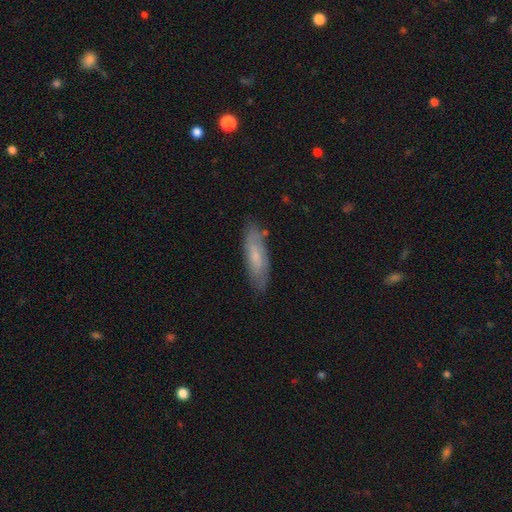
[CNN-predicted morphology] smooth_or_featured: smooth (p=0.60) [alt: featured or disk p=0.33]
how_rounded: cigar-shaped (p=0.53) [alt: in between p=0.45]
merging: none (p=0.80) [alt: minor disturbance p=0.16]